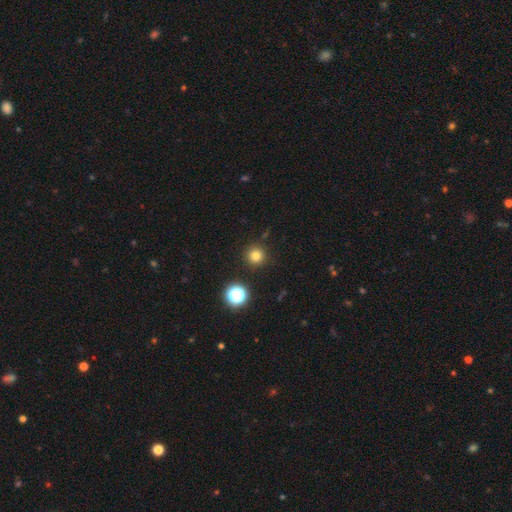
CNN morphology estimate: smooth_or_featured: smooth (p=0.78) [alt: star or artifact p=0.16]
how_rounded: round (p=0.95) [alt: in between p=0.04]
merging: none (p=0.89) [alt: minor disturbance p=0.06]